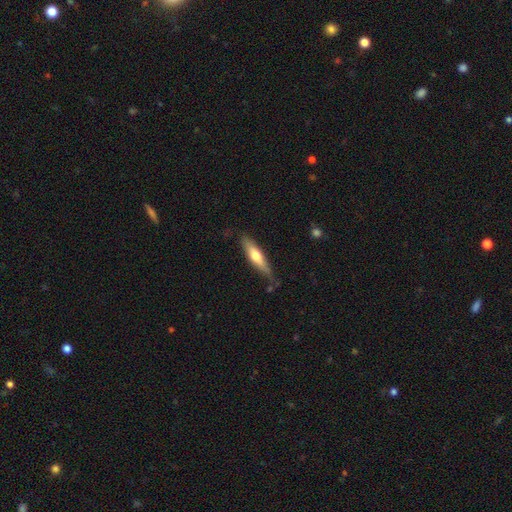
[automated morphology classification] smooth 51%, featured or disk 43%, star or artifact 6%. Down the decision tree: how rounded — cigar-shaped (77%); merging — none (76%).